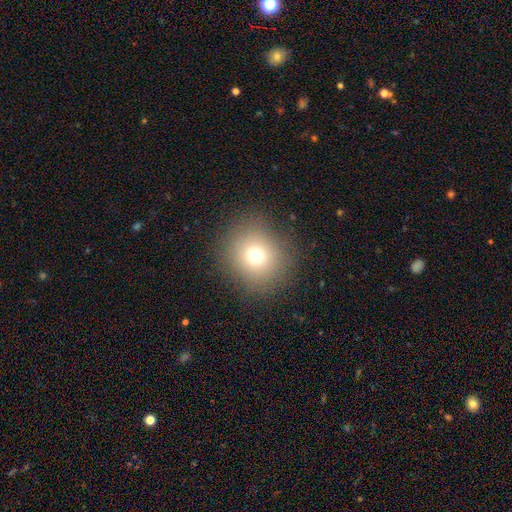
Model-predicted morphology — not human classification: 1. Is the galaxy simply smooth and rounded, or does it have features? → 71% smooth, 18% star or artifact, 11% featured or disk.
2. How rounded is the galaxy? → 85% round, 14% in between, 1% cigar-shaped.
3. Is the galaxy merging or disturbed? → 87% none, 8% minor disturbance, 5% major disturbance, 1% merger.